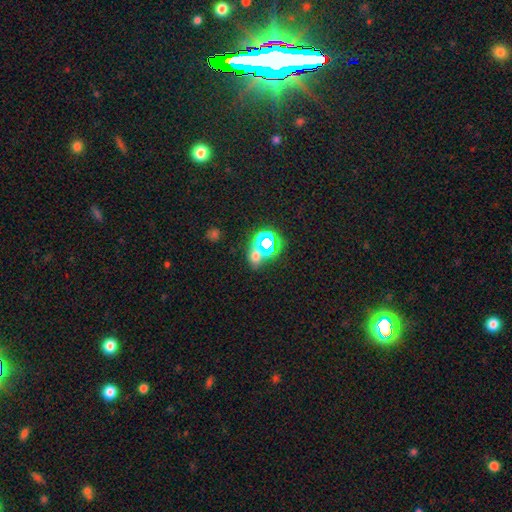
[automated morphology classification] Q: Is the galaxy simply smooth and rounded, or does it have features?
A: star or artifact — 52%.